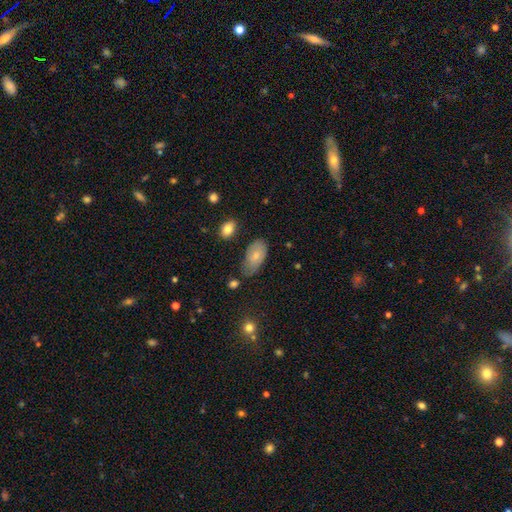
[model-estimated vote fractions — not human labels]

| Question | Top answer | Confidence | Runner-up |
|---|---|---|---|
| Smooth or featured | smooth | 73% | featured or disk (20%) |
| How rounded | in between | 94% | round (3%) |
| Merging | none | 55% | minor disturbance (33%) |